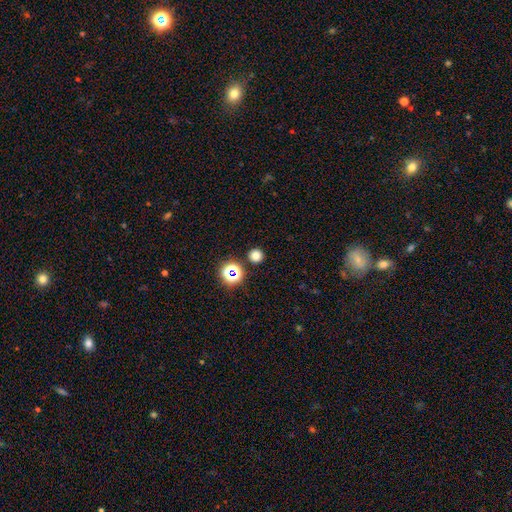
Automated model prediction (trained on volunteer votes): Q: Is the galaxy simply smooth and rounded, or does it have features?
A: smooth — 75%.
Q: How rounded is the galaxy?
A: round — 94%.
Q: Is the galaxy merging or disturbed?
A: none — 89%.